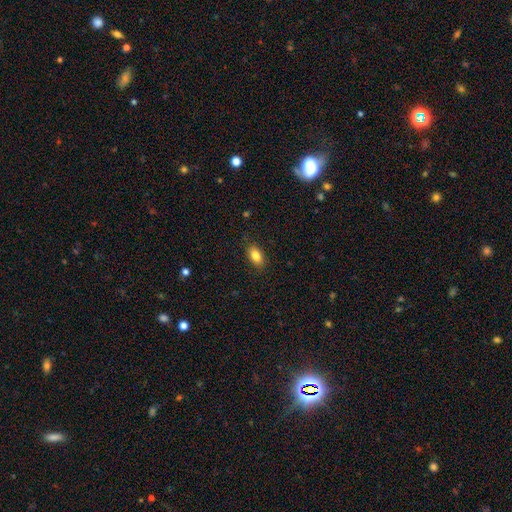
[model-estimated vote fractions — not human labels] This appears to be a smooth galaxy with no disk features (85%) that is in between round and cigar-shaped (89%). Merging: none (87%).